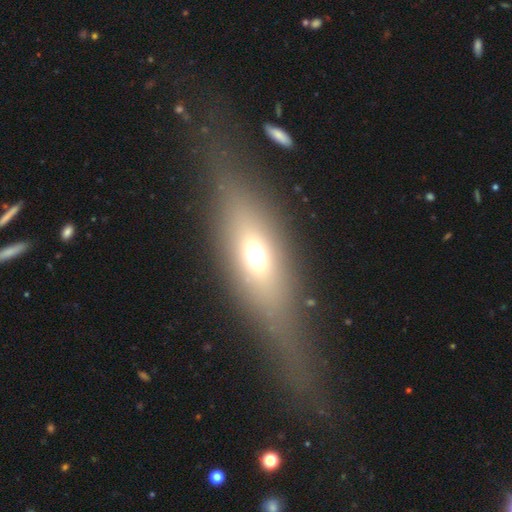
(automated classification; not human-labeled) This is possibly a smooth galaxy (53%). How rounded: possibly in between (56%). Merging: likely none (67%).